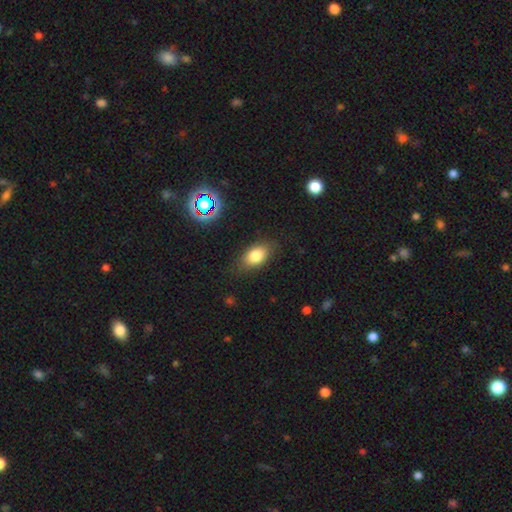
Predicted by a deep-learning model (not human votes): The model was most divided on "merging": none: 79%, minor disturbance: 15%, major disturbance: 4%, merger: 1%. More confident: how rounded — in between (85%); smooth or featured — smooth (79%).